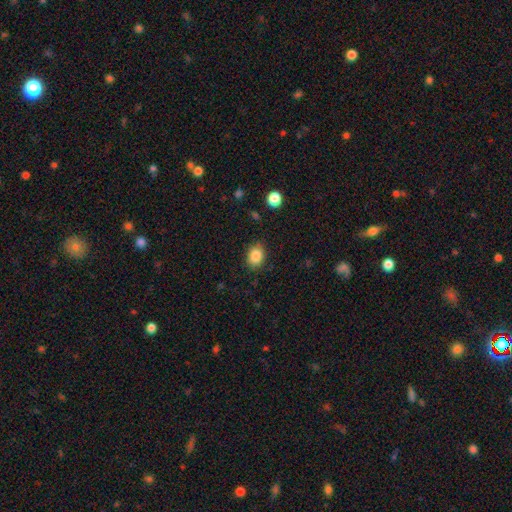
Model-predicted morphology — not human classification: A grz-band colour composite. It shows a smooth galaxy with no disk features (86%) that is in between round and cigar-shaped (59%). Merging: none (83%).